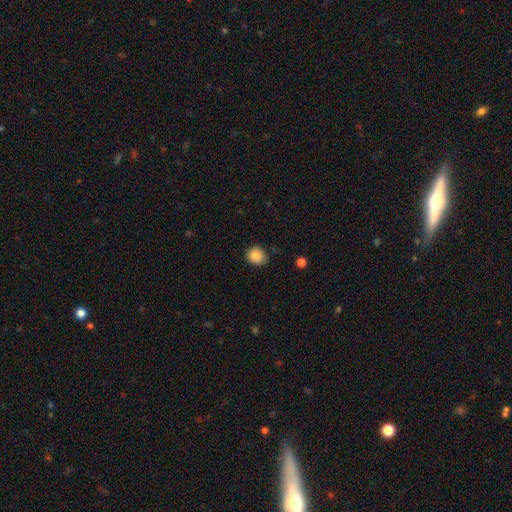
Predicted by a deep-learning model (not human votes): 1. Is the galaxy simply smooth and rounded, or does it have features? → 87% smooth, 9% star or artifact, 4% featured or disk.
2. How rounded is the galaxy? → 77% round, 22% in between, 1% cigar-shaped.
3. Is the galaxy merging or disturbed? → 81% none, 15% minor disturbance, 3% major disturbance, 1% merger.